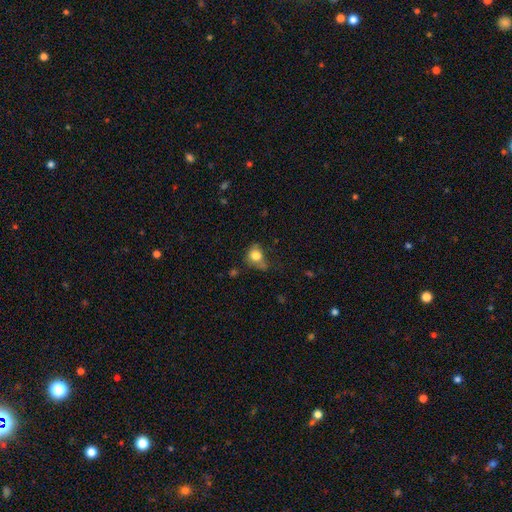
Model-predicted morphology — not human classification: A smooth galaxy with no disk features (78%) that is round (67%). Merging: none (47%).